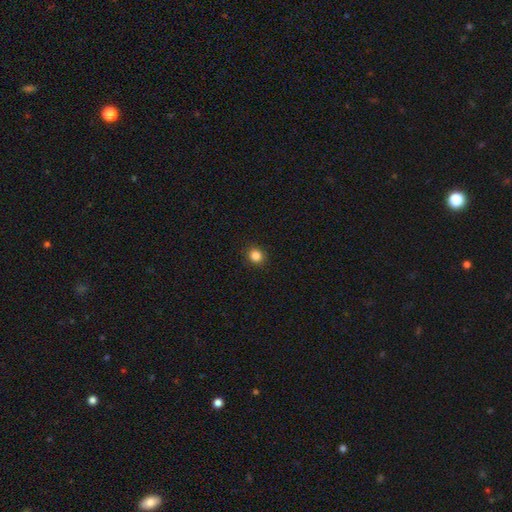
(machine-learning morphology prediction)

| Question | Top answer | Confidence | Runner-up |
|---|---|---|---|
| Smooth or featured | smooth | 85% | star or artifact (11%) |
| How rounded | round | 80% | in between (19%) |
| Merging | none | 92% | minor disturbance (6%) |